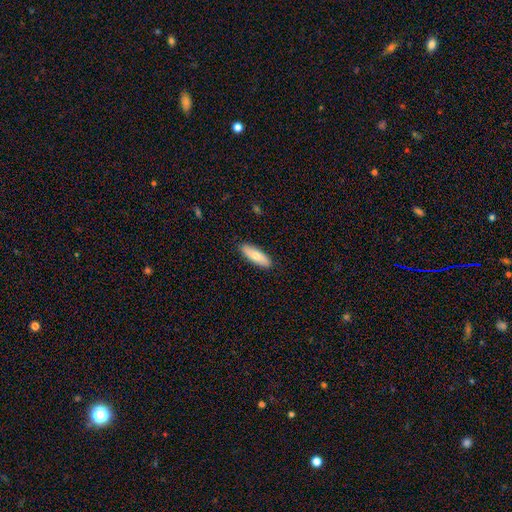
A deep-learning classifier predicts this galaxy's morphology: Smooth or featured? Predicted: smooth (p=0.74). How rounded? Predicted: in between (p=0.53). Merging? Predicted: none (p=0.89).